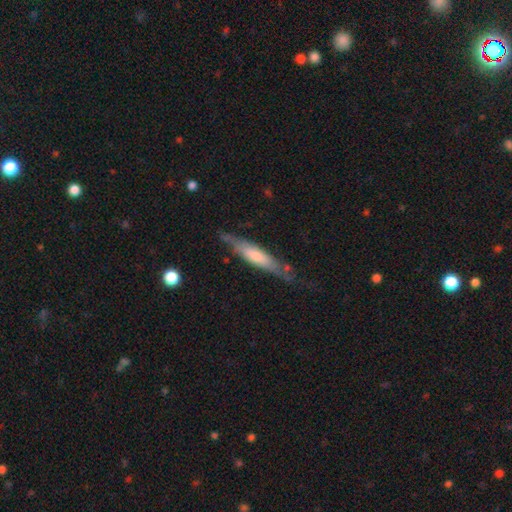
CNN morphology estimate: smooth_or_featured: featured or disk (p=0.50) [alt: smooth p=0.45]
merging: none (p=0.69) [alt: minor disturbance p=0.22]